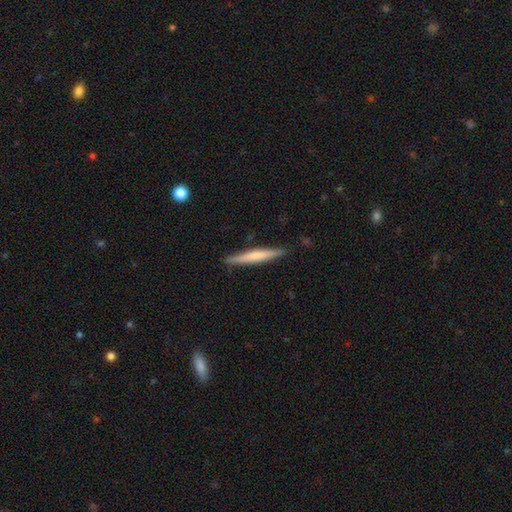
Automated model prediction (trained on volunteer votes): A smooth galaxy with no disk features (55%) that is cigar-shaped (95%). Merging: none (88%).